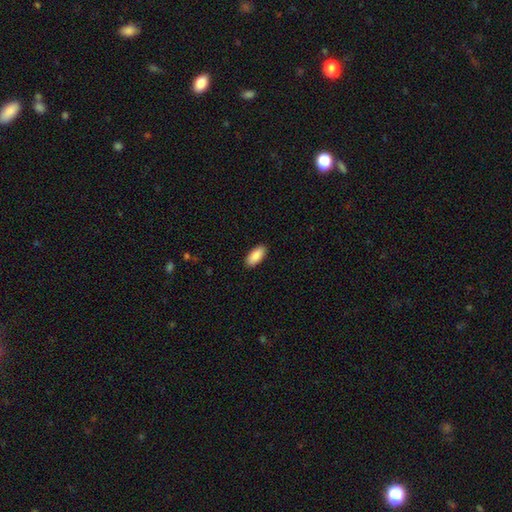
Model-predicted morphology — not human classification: Overall: smooth (90%). How rounded: in between (90%). Merging: none (90%).